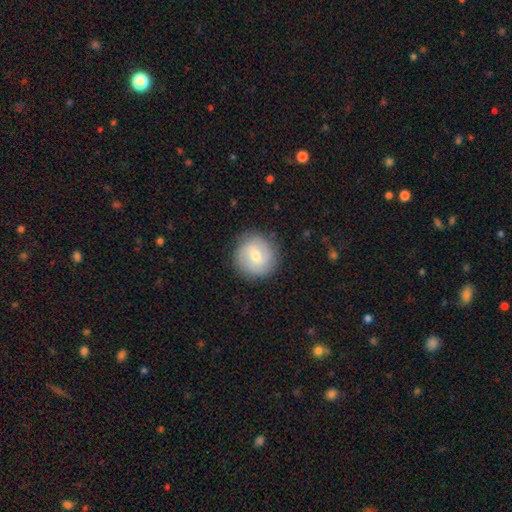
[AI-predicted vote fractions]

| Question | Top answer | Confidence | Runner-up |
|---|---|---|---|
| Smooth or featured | smooth | 54% | featured or disk (39%) |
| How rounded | round | 94% | in between (5%) |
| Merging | none | 87% | minor disturbance (9%) |